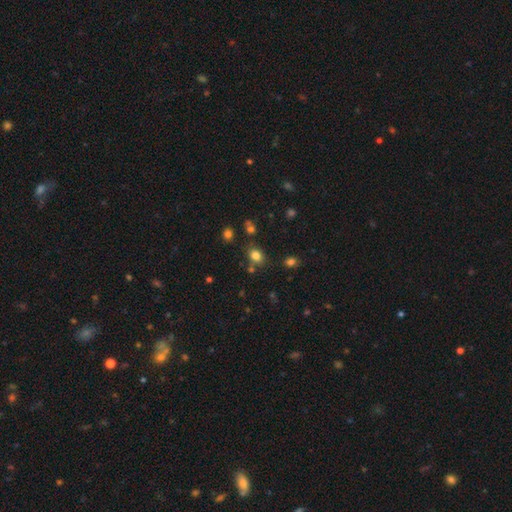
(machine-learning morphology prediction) A smooth galaxy with no disk features (80%) that is in between round and cigar-shaped (56%). Merging: none (74%).